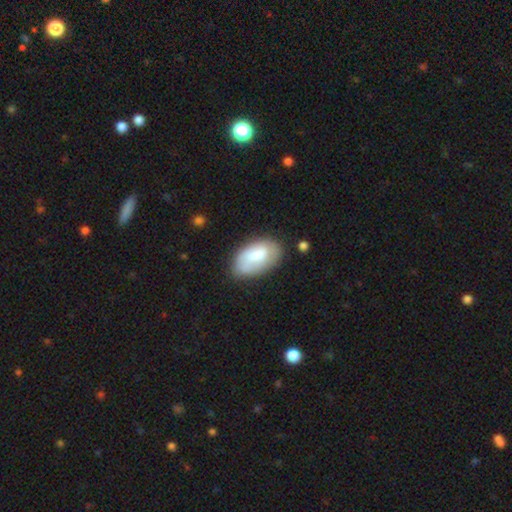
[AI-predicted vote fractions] A smooth galaxy with no disk features (69%) that is in between round and cigar-shaped (94%).

Vote fractions:
- Smooth or featured? smooth: 69% / featured or disk: 25% / star or artifact: 7%
- How rounded? in between: 94% / round: 4% / cigar-shaped: 2%
- Merging? none: 61% / minor disturbance: 26% / major disturbance: 8% / merger: 5%